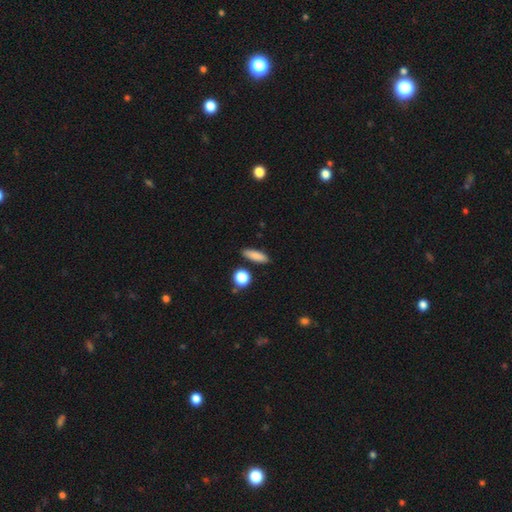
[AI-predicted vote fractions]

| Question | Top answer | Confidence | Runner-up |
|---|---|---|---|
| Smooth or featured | smooth | 85% | star or artifact (8%) |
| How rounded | cigar-shaped | 47% | in between (46%) |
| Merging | none | 86% | minor disturbance (9%) |